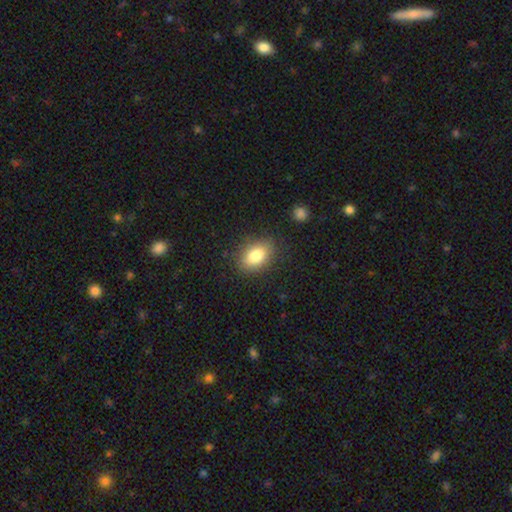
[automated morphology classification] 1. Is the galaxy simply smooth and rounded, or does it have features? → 83% smooth, 9% featured or disk, 8% star or artifact.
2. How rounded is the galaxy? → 85% in between, 13% round, 2% cigar-shaped.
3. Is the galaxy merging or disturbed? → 84% none, 11% minor disturbance, 3% major disturbance, 1% merger.